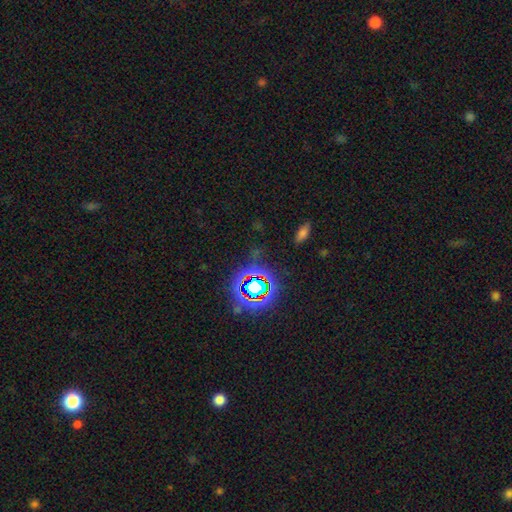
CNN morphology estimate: This is likely a star or artifact rather than a galaxy (68%).